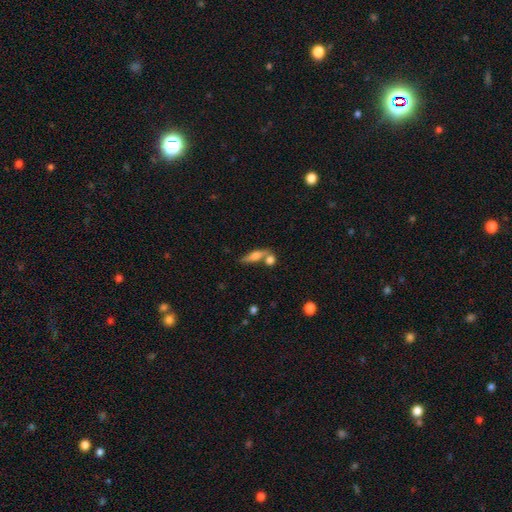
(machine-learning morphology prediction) A smooth galaxy with no disk features (58%) that is cigar-shaped (54%).

Vote fractions:
- Smooth or featured? smooth: 58% / featured or disk: 33% / star or artifact: 9%
- How rounded? cigar-shaped: 54% / in between: 39% / round: 7%
- Merging? none: 54% / merger: 29% / minor disturbance: 12% / major disturbance: 5%